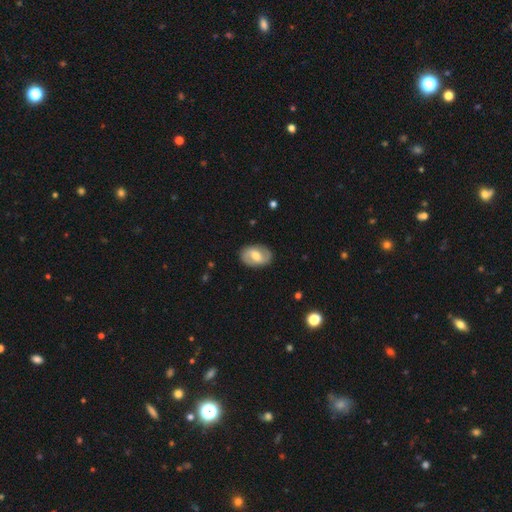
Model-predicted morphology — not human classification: Smooth or featured? Predicted: featured or disk (p=0.64). Edge-on disk? Predicted: no (p=0.96). Bar? Predicted: weak (p=0.50). Spiral arms? Predicted: yes (p=0.82). Spiral winding? Predicted: medium (p=0.44). Spiral arm count? Predicted: 2 (p=0.89). Bulge size? Predicted: moderate (p=0.65). Merging? Predicted: none (p=0.86).